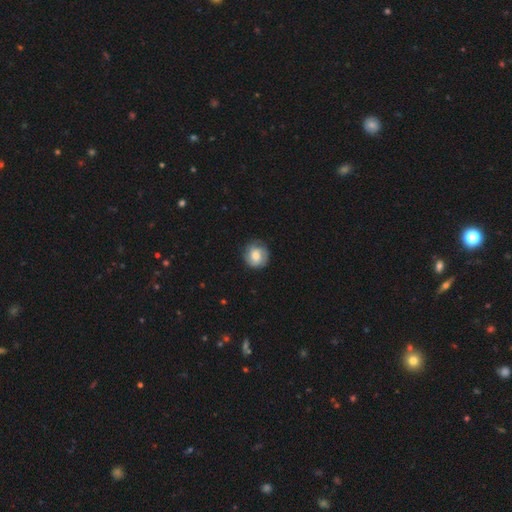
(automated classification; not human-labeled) Morphology: type=smooth (51%); roundness=round (87%); merging=none (79%).